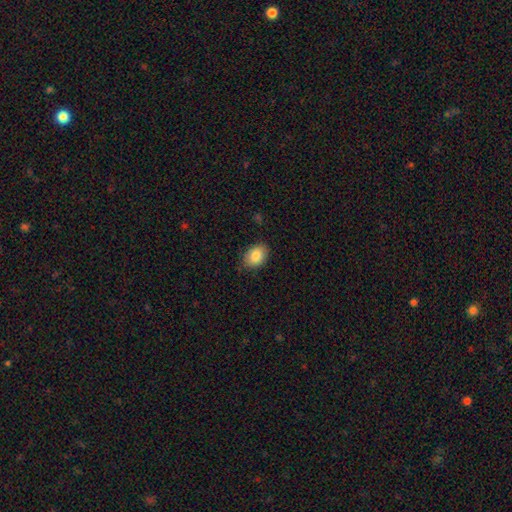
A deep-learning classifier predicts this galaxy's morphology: Smooth or featured? Predicted: smooth (p=0.85). How rounded? Predicted: in between (p=0.79). Merging? Predicted: none (p=0.82).